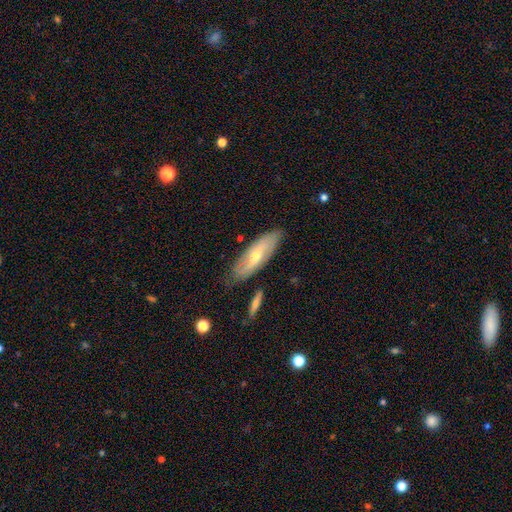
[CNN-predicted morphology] Overall: featured or disk (50%; smooth 43%). Edge-on disk: no (70%). Merging: none (79%).